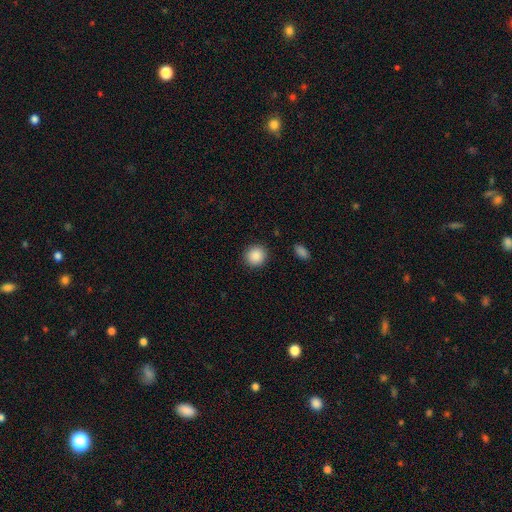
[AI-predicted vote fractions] Smooth or featured? Predicted: smooth (p=0.88). How rounded? Predicted: round (p=0.89). Merging? Predicted: none (p=0.91).